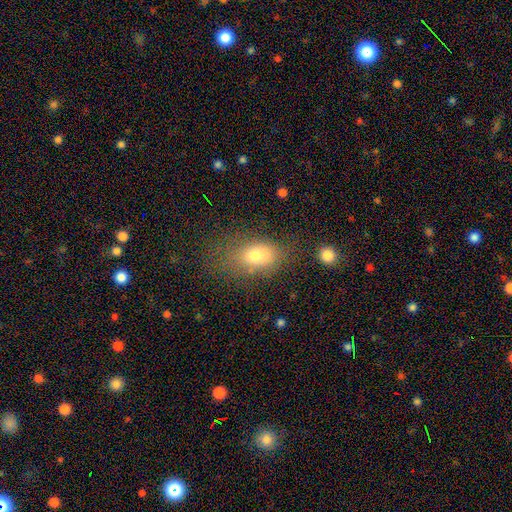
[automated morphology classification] Smooth or featured?
  - smooth: 74% *
  - featured or disk: 15%
  - star or artifact: 11%
How rounded?
  - in between: 81% *
  - round: 17%
  - cigar-shaped: 2%
Merging?
  - none: 60% *
  - minor disturbance: 23%
  - major disturbance: 13%
  - merger: 4%